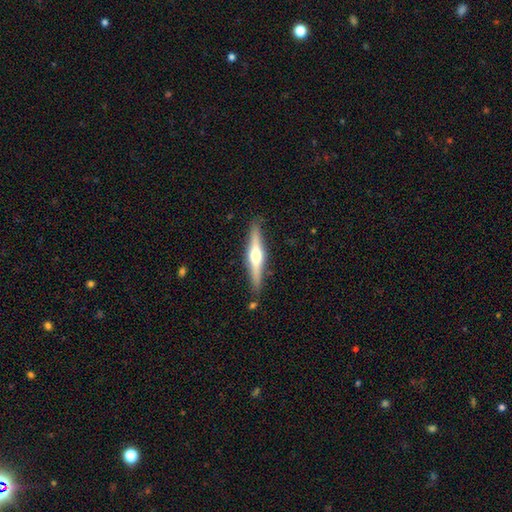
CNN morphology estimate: smooth-or-featured: featured or disk: 66% | smooth: 28% | star or artifact: 5%
  disk-edge-on: yes: 97% | no: 3%
    edge-on-bulge: rounded: 93% | boxy: 4% | none: 3%
  merging: none: 87% | minor disturbance: 9% | merger: 2% | major disturbance: 2%